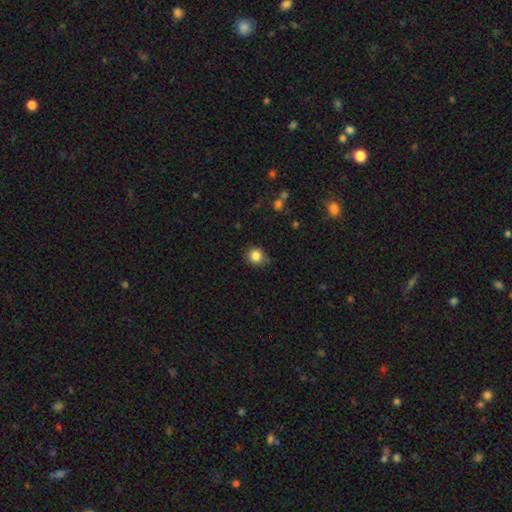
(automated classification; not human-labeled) This is clearly a smooth galaxy (85%). How rounded: clearly round (89%). Merging: likely none (79%).